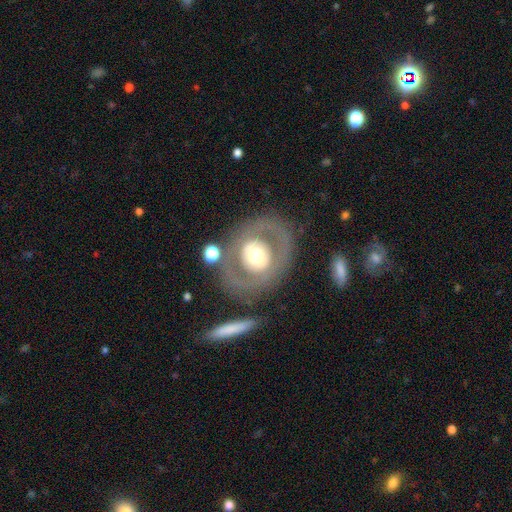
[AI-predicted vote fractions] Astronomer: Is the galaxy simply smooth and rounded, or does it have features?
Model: featured or disk — 57% (runner-up: smooth, 36%).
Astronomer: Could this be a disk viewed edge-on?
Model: no — 94%.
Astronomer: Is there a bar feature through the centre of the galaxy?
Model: no — 80%.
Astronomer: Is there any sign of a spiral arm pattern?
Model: no — 84%.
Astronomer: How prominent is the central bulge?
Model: moderate — 56% (runner-up: large, 33%).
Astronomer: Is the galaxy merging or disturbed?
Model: none — 74%.